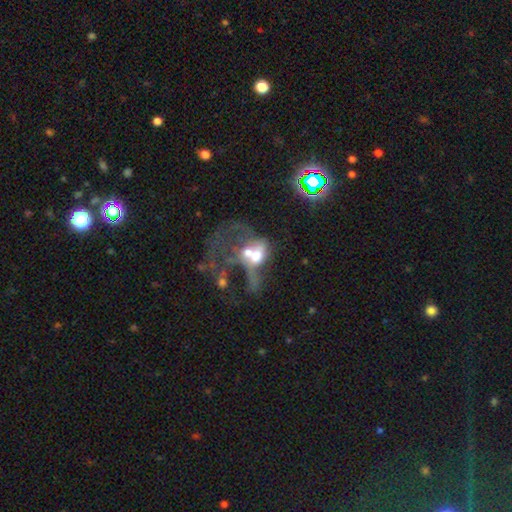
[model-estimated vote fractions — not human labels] A featured or disk galaxy (52%).

Vote fractions:
- Smooth or featured? featured or disk: 52% / smooth: 35% / star or artifact: 13%
- Edge-on disk? no: 95% / yes: 5%
- Merging? merger: 61% / major disturbance: 26% / none: 8% / minor disturbance: 5%